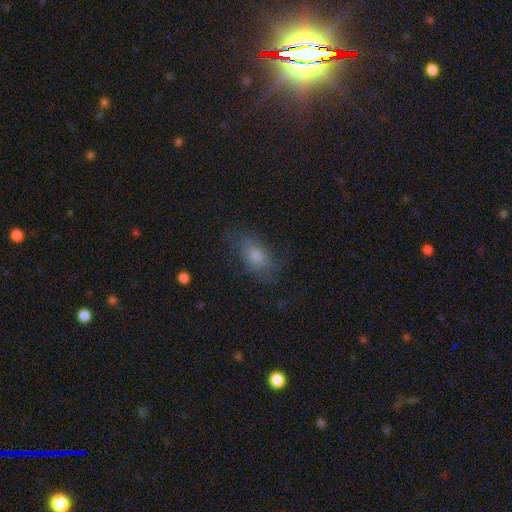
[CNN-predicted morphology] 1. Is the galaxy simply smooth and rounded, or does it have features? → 56% smooth, 30% featured or disk, 14% star or artifact.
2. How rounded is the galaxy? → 83% in between, 11% round, 6% cigar-shaped.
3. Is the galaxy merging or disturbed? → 64% none, 21% minor disturbance, 13% major disturbance, 2% merger.